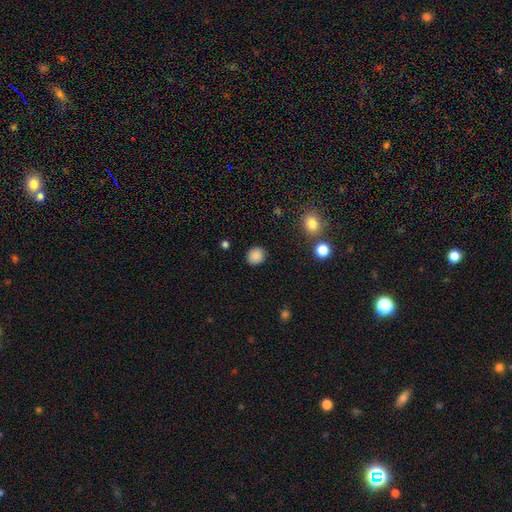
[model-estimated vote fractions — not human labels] smooth_or_featured: smooth (p=0.86) [alt: star or artifact p=0.10]
how_rounded: round (p=0.86) [alt: in between p=0.13]
merging: none (p=0.88) [alt: minor disturbance p=0.08]